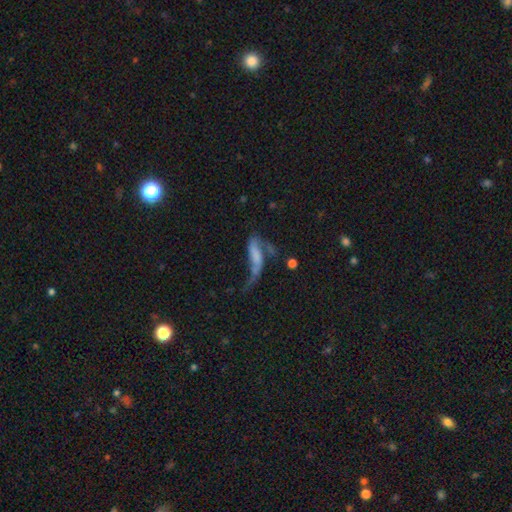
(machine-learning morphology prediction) Smooth or featured?
  - featured or disk: 48% *
  - smooth: 40%
  - star or artifact: 11%
Merging?
  - major disturbance: 42% *
  - none: 25%
  - minor disturbance: 18%
  - merger: 15%